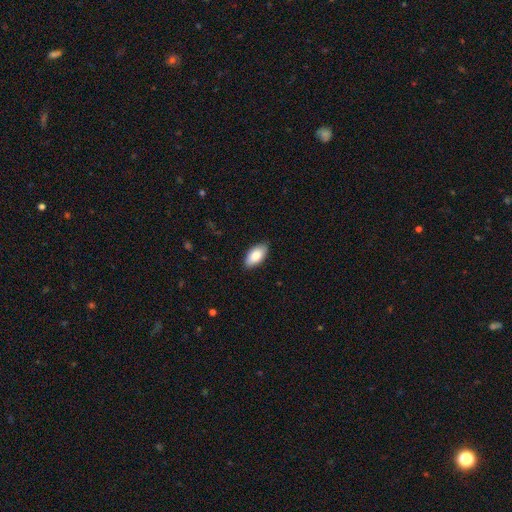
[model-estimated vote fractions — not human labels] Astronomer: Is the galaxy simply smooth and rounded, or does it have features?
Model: smooth — 84%.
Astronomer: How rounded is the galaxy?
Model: in between — 94%.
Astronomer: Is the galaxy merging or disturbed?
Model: none — 87%.